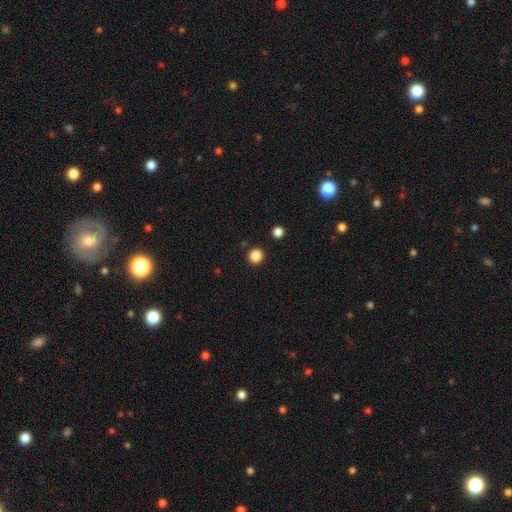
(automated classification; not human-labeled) smooth 86%, star or artifact 11%, featured or disk 3%. Down the decision tree: how rounded — round (87%); merging — none (90%).